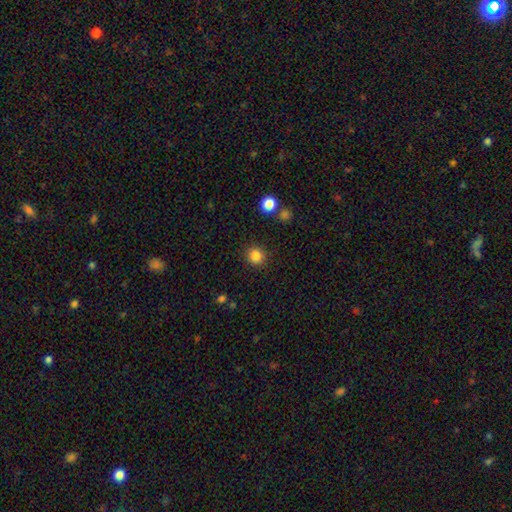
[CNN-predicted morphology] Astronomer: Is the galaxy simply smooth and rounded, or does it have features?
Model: smooth — 85%.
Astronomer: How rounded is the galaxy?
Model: round — 91%.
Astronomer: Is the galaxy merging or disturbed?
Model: none — 90%.